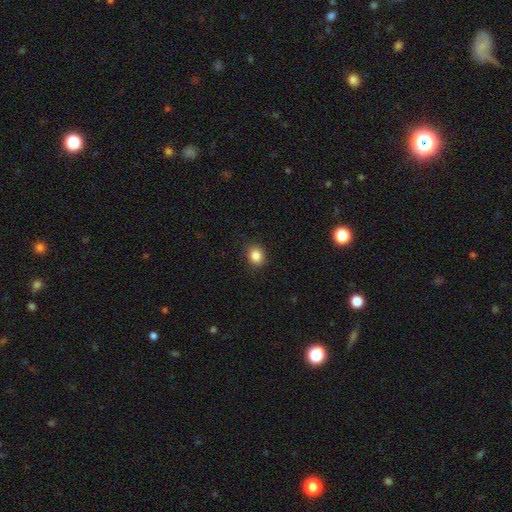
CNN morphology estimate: Smooth or featured: smooth — 86% (star or artifact — 10%)
How rounded: round — 65% (in between — 34%)
Merging: none — 89% (minor disturbance — 8%)